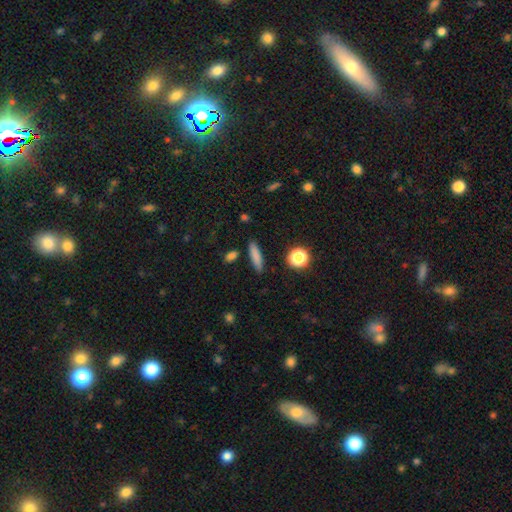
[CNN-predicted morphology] smooth 81%, star or artifact 10%, featured or disk 9%. Down the decision tree: how rounded — cigar-shaped (76%); merging — none (87%).